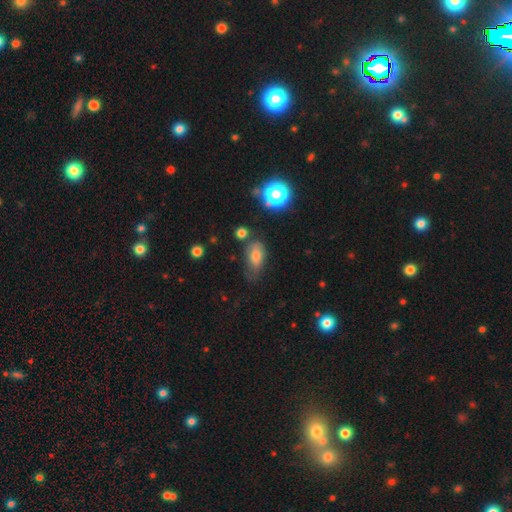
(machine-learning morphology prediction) smooth-or-featured: smooth: 67% | featured or disk: 20% | star or artifact: 13%
  how-rounded: in between: 86% | round: 8% | cigar-shaped: 5%
  merging: none: 46% | minor disturbance: 34% | major disturbance: 15% | merger: 5%